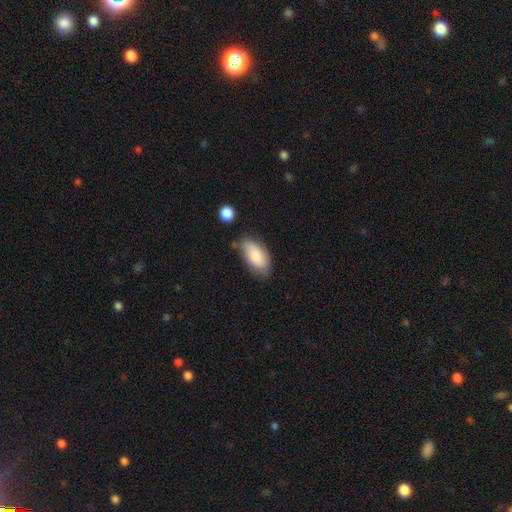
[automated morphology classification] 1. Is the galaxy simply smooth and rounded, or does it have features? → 80% smooth, 14% featured or disk, 7% star or artifact.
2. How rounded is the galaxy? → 92% in between, 6% cigar-shaped, 2% round.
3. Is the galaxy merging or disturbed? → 63% none, 26% minor disturbance, 6% major disturbance, 5% merger.